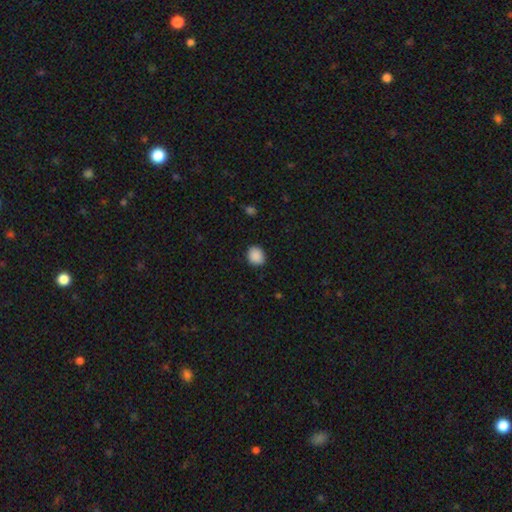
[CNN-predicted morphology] The model was most divided on "how rounded": round: 69%, in between: 30%, cigar-shaped: 1%. More confident: smooth or featured — smooth (89%); merging — none (89%).